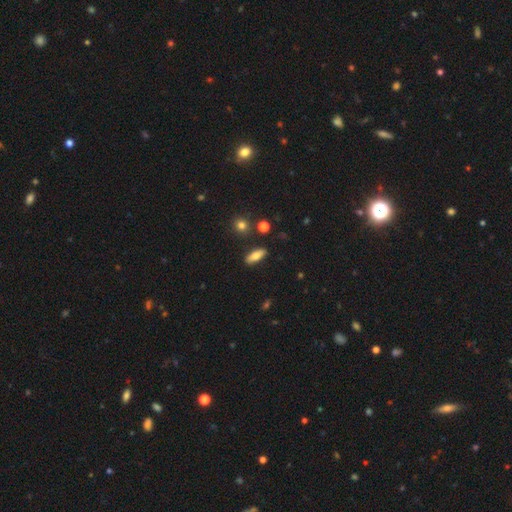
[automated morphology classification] smooth_or_featured: smooth (p=0.73) [alt: featured or disk p=0.19]
how_rounded: in between (p=0.64) [alt: cigar-shaped p=0.32]
merging: none (p=0.87) [alt: minor disturbance p=0.09]